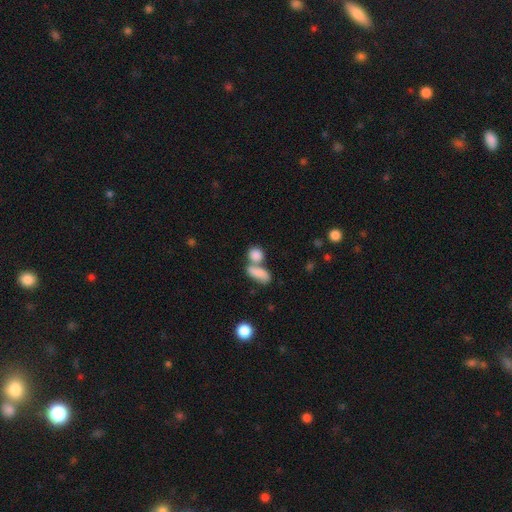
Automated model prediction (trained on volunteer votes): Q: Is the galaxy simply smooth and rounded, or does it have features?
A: smooth — 81%.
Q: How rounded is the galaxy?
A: in between — 54%.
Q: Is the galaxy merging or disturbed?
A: merger — 54%.